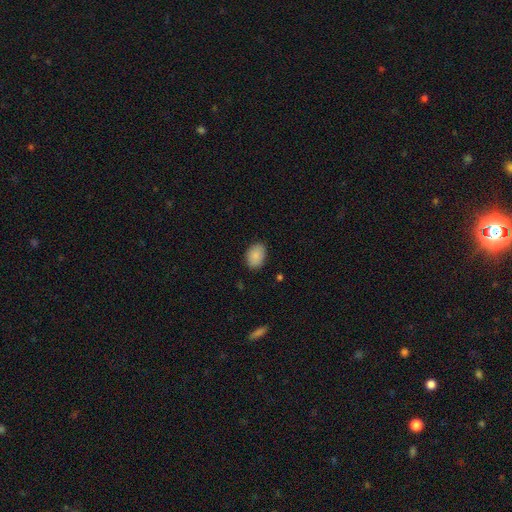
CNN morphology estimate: Smooth or featured? Predicted: smooth (p=0.88). How rounded? Predicted: in between (p=0.78). Merging? Predicted: none (p=0.84).